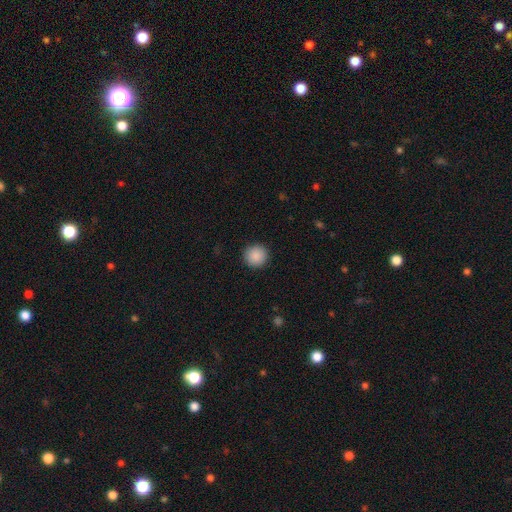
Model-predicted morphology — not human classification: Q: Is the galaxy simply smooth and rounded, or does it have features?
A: smooth — 89%.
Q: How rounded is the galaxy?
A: round — 95%.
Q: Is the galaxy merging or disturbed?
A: none — 92%.